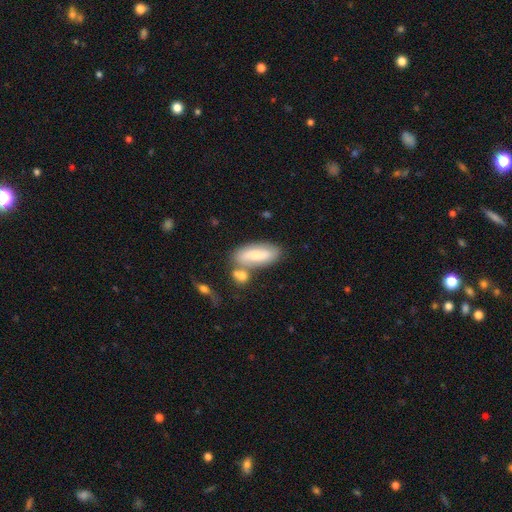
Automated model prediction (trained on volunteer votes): A smooth galaxy with no disk features (63%) that is in between round and cigar-shaped (66%). Merging: none (57%).